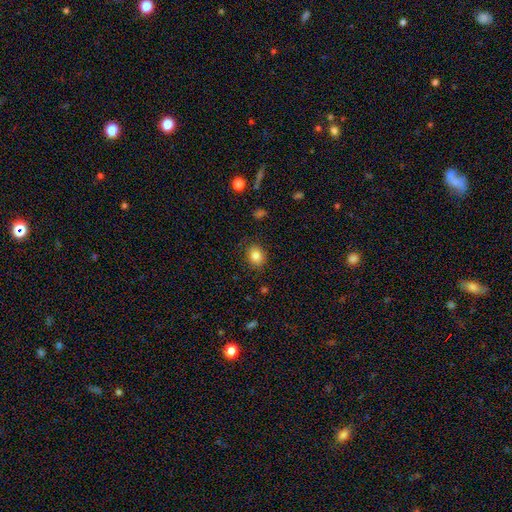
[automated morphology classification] Smooth or featured?
  - smooth: 85% *
  - star or artifact: 10%
  - featured or disk: 6%
How rounded?
  - round: 52% *
  - in between: 47%
  - cigar-shaped: 1%
Merging?
  - none: 85% *
  - minor disturbance: 11%
  - major disturbance: 3%
  - merger: 1%